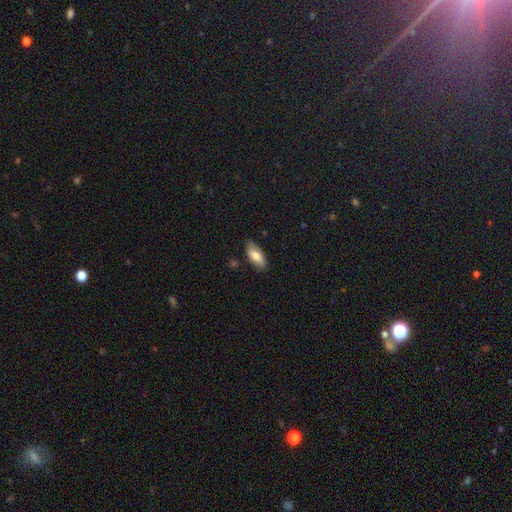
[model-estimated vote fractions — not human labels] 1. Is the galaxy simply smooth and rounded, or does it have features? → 77% smooth, 17% featured or disk, 6% star or artifact.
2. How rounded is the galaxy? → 83% in between, 15% cigar-shaped, 2% round.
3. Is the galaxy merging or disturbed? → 82% none, 14% minor disturbance, 2% major disturbance, 1% merger.